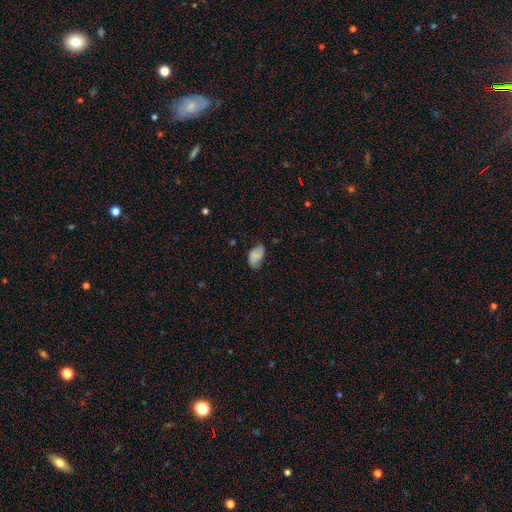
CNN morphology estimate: smooth-or-featured: smooth: 80% | featured or disk: 12% | star or artifact: 8%
  how-rounded: in between: 92% | round: 6% | cigar-shaped: 1%
  merging: none: 60% | minor disturbance: 31% | major disturbance: 7% | merger: 1%